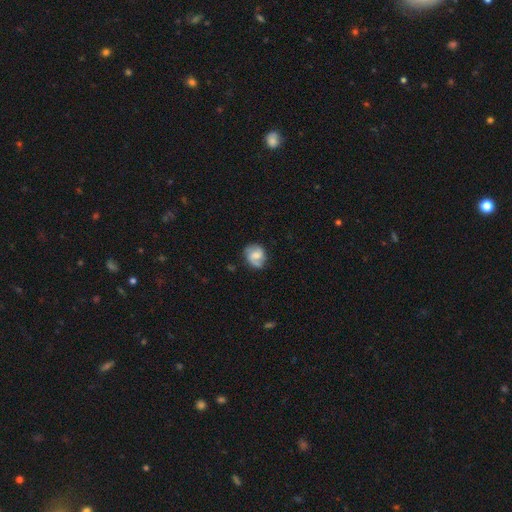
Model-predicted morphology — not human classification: Q: Smooth or featured?
A: featured or disk (54%); runner-up: smooth (39%)
Q: Edge-on disk?
A: no (97%); runner-up: yes (3%)
Q: Bar?
A: weak (46%); runner-up: no (43%)
Q: Spiral arms?
A: yes (86%); runner-up: no (14%)
Q: Bulge size?
A: moderate (47%); runner-up: small (29%)
Q: Merging?
A: none (72%); runner-up: minor disturbance (20%)